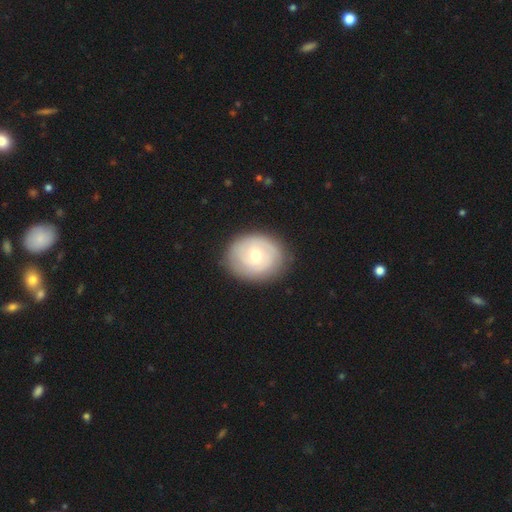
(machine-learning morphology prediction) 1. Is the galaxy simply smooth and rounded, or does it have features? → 53% featured or disk, 40% smooth, 7% star or artifact.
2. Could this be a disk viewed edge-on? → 96% no, 4% yes.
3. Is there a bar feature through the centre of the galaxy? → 69% no, 26% weak, 5% strong.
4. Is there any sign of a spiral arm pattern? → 64% yes, 36% no.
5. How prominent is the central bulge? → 65% moderate, 29% small, 4% large, 1% dominant, 1% none.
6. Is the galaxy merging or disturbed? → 84% none, 12% minor disturbance, 4% major disturbance, 1% merger.